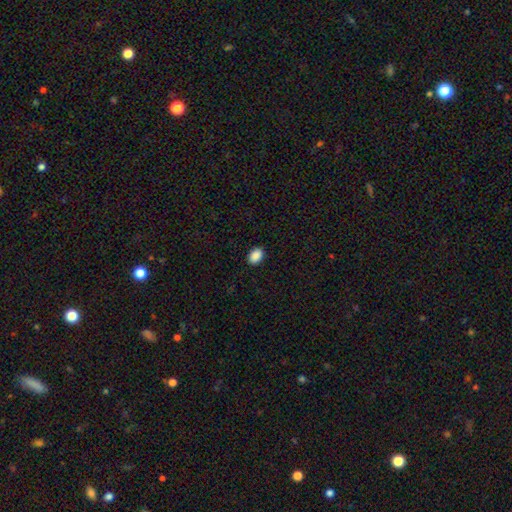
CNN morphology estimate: Q: Smooth or featured?
A: smooth (90%); runner-up: star or artifact (8%)
Q: How rounded?
A: in between (83%); runner-up: round (16%)
Q: Merging?
A: none (90%); runner-up: minor disturbance (7%)